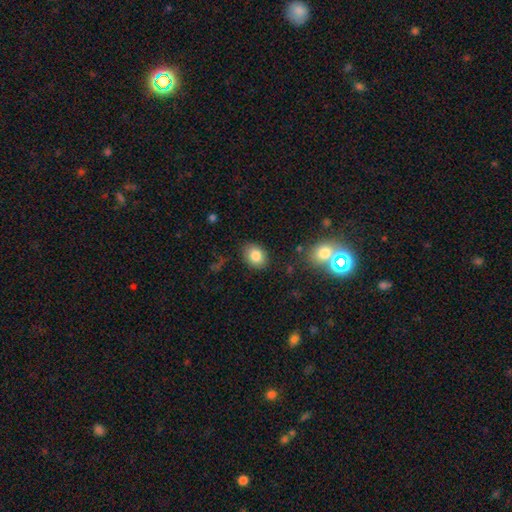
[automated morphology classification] This appears to be a smooth galaxy with no disk features (84%) that is in between round and cigar-shaped (63%). Merging: none (84%).